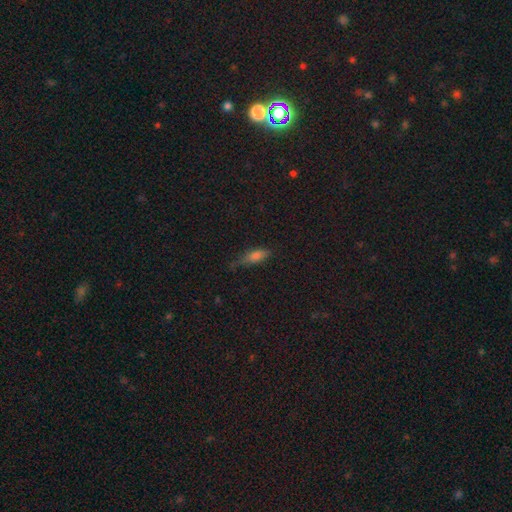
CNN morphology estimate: Smooth or featured: smooth — 72% (featured or disk — 15%)
How rounded: in between — 64% (cigar-shaped — 33%)
Merging: none — 53% (minor disturbance — 34%)